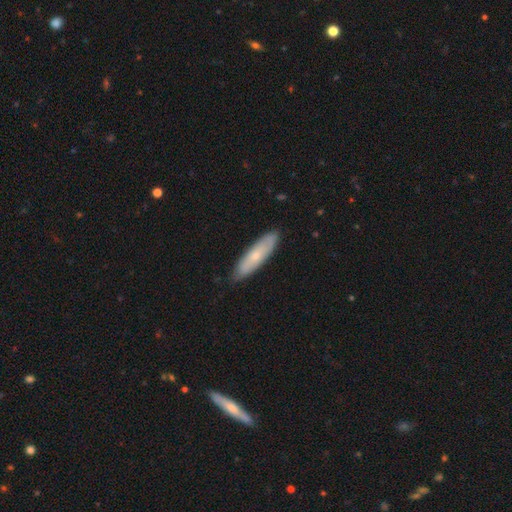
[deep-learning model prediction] This is likely a smooth galaxy (61%). How rounded: likely cigar-shaped (66%). Merging: clearly none (84%).